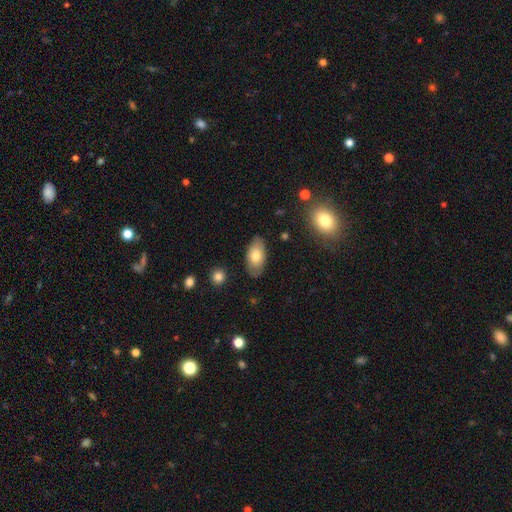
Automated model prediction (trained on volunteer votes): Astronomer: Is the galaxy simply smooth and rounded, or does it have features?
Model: smooth — 72%.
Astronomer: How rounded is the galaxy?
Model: in between — 93%.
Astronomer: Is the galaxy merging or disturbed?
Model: none — 83%.